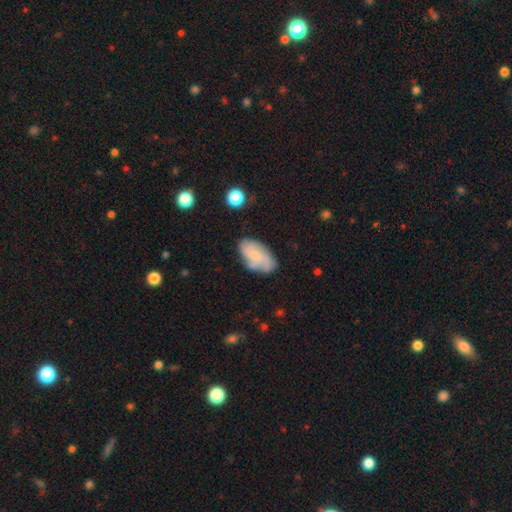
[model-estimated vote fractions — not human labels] The model was most divided on "smooth or featured": featured or disk: 49%, smooth: 43%, star or artifact: 8%. More confident: merging — none (65%).